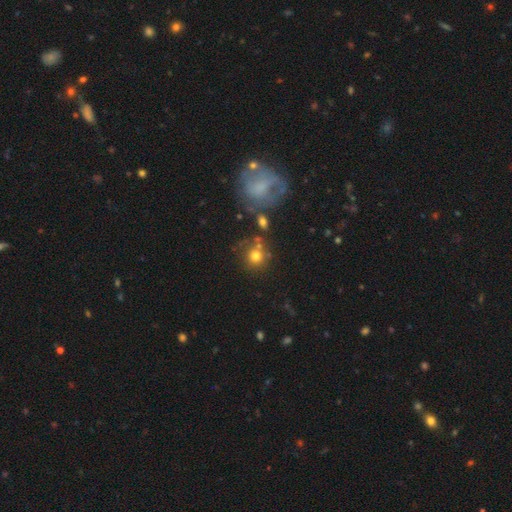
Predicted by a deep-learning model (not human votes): smooth_or_featured: smooth (p=0.75) [alt: star or artifact p=0.13]
how_rounded: round (p=0.87) [alt: in between p=0.12]
merging: none (p=0.60) [alt: merger p=0.17]